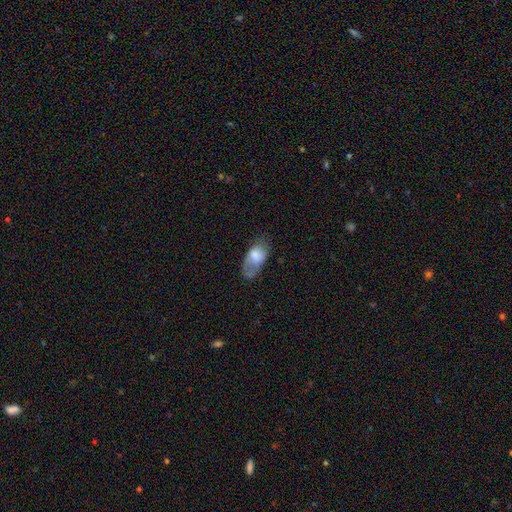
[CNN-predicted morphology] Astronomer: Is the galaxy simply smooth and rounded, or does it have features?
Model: smooth — 63%.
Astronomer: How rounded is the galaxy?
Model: in between — 91%.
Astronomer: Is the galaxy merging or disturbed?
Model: none — 46% (runner-up: minor disturbance, 29%).